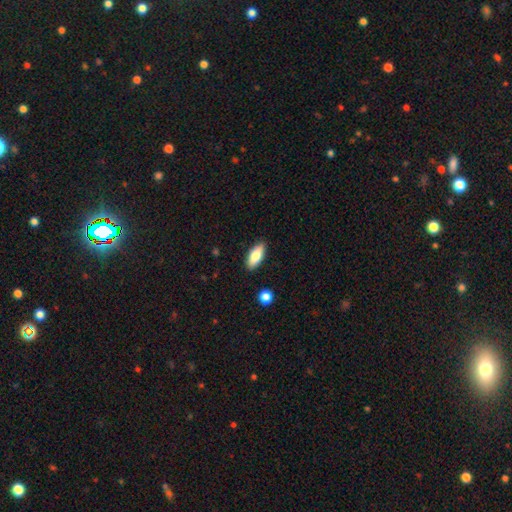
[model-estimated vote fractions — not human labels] This appears to be a smooth galaxy with no disk features (76%) that is in between round and cigar-shaped (80%). Merging: none (89%).